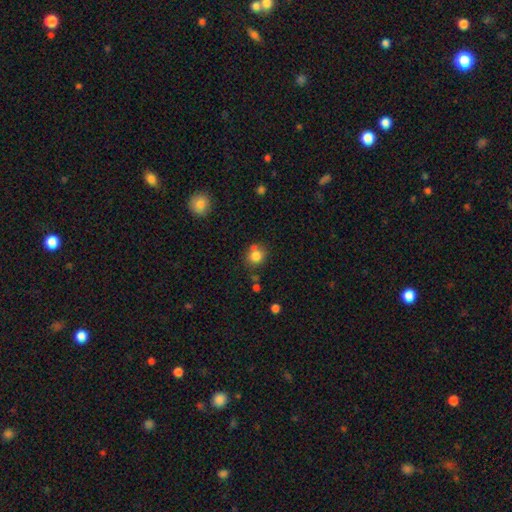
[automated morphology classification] smooth-or-featured: smooth: 81% | star or artifact: 12% | featured or disk: 7%
  how-rounded: round: 82% | in between: 17% | cigar-shaped: 1%
  merging: none: 65% | merger: 16% | minor disturbance: 15% | major disturbance: 4%